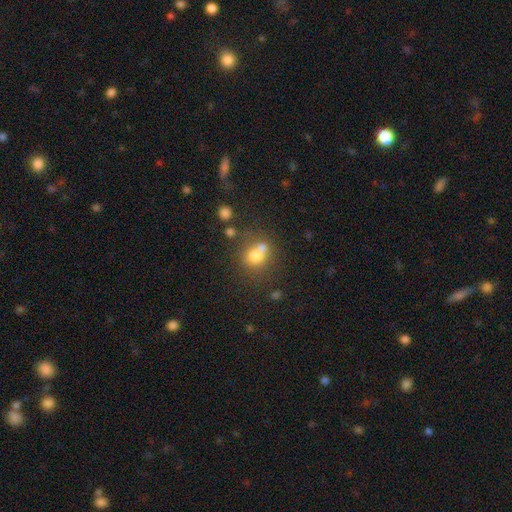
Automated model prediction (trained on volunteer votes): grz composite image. It shows a smooth galaxy with no disk features (71%) that is round (74%). Merging: merger (42%, tied with none).